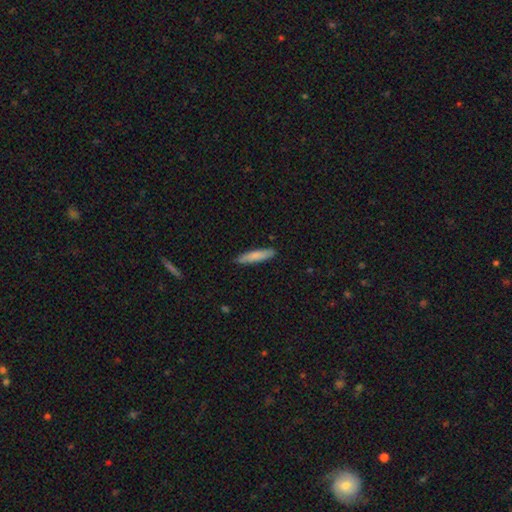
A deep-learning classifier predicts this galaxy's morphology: Smooth or featured?
  - smooth: 81% *
  - featured or disk: 14%
  - star or artifact: 5%
How rounded?
  - cigar-shaped: 85% *
  - in between: 13%
  - round: 1%
Merging?
  - none: 89% *
  - minor disturbance: 9%
  - major disturbance: 2%
  - merger: 1%